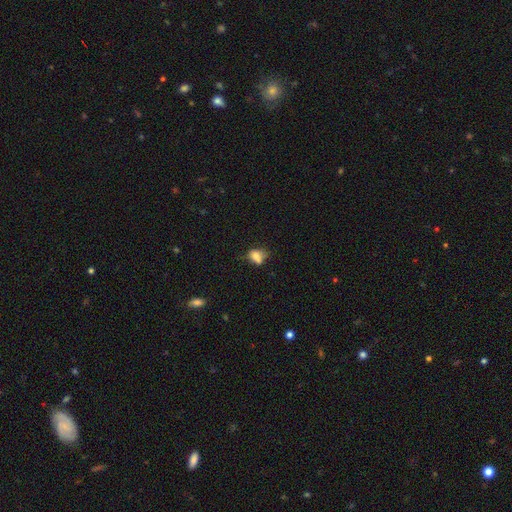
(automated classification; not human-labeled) The model was most divided on "merging": none: 37%, minor disturbance: 27%, merger: 22%, major disturbance: 14%. More confident: smooth or featured — smooth (70%); how rounded — in between (62%).